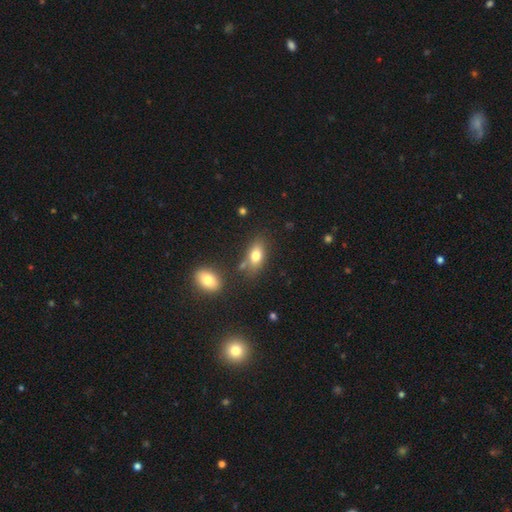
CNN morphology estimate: smooth-or-featured: smooth: 77% | featured or disk: 14% | star or artifact: 9%
  how-rounded: in between: 84% | round: 8% | cigar-shaped: 7%
  merging: none: 69% | minor disturbance: 15% | merger: 11% | major disturbance: 5%